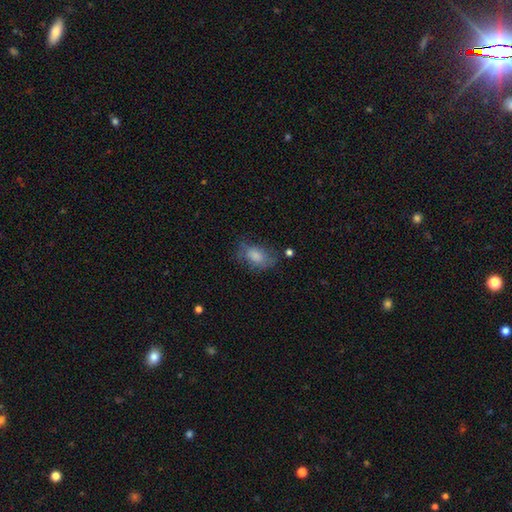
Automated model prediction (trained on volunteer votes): A smooth galaxy with no disk features (73%) that is in between round and cigar-shaped (86%).

Vote fractions:
- Smooth or featured? smooth: 73% / featured or disk: 19% / star or artifact: 9%
- How rounded? in between: 86% / round: 12% / cigar-shaped: 2%
- Merging? none: 50% / minor disturbance: 28% / major disturbance: 18% / merger: 4%